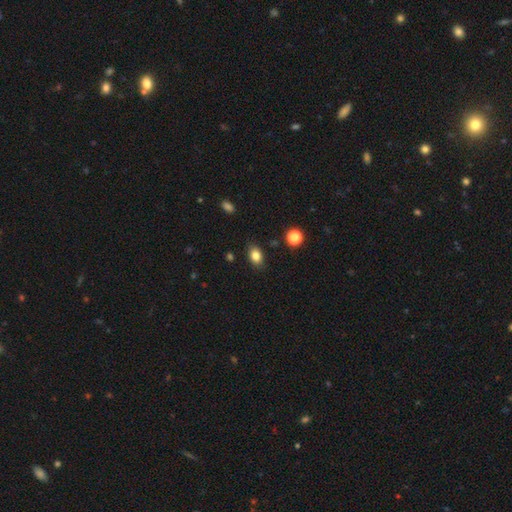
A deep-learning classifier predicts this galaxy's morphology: smooth_or_featured: smooth (p=0.83) [alt: star or artifact p=0.10]
how_rounded: in between (p=0.80) [alt: round p=0.19]
merging: none (p=0.85) [alt: minor disturbance p=0.11]